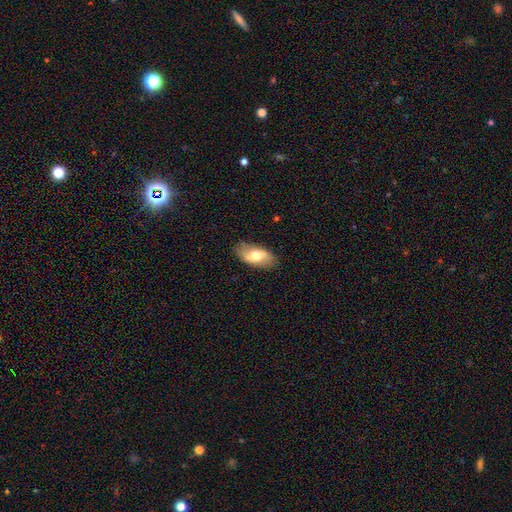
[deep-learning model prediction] A smooth galaxy with no disk features (57%) that is in between round and cigar-shaped (90%). Merging: none (81%).